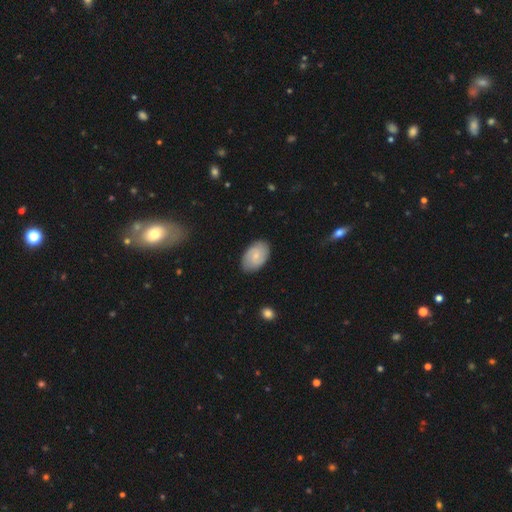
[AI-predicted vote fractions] A smooth galaxy with no disk features (55%) that is in between round and cigar-shaped (90%). Merging: none (82%).